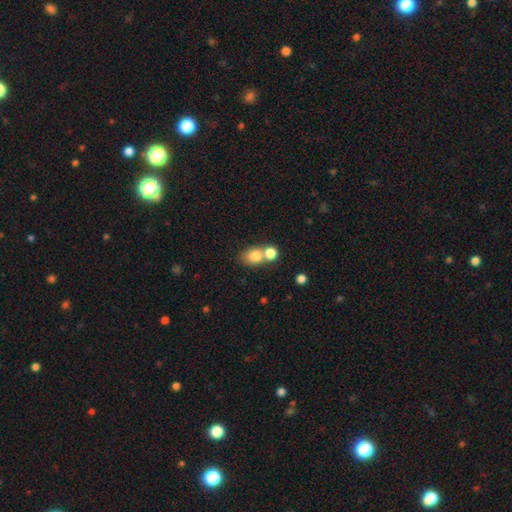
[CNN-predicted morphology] A smooth galaxy with no disk features (79%) that is round (57%).

Vote fractions:
- Smooth or featured? smooth: 79% / star or artifact: 11% / featured or disk: 11%
- How rounded? round: 57% / in between: 42% / cigar-shaped: 1%
- Merging? merger: 50% / none: 39% / minor disturbance: 7% / major disturbance: 4%